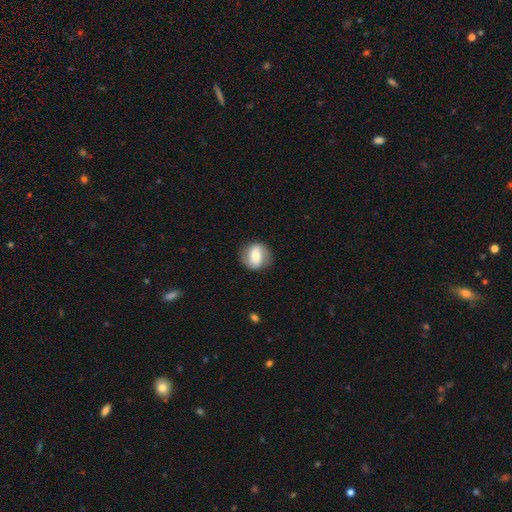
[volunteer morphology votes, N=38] smooth-or-featured: featured or disk: 50% | smooth: 45% | star or artifact: 5%
  disk-edge-on: no: 100% | yes: 0%
    bar: strong: 47% | no: 37% | weak: 16%
    has-spiral-arms: yes: 68% | no: 32%
      spiral-winding: tight: 77% | medium: 15% | loose: 8%
      spiral-arm-count: 2: 77% | can't tell: 23% | 1: 0% | 3: 0% | 4: 0% | more than 4: 0%
    bulge-size: moderate: 53% | small: 21% | dominant: 16% | large: 11% | none: 0%
  merging: none: 81% | minor disturbance: 17% | major disturbance: 3% | merger: 0%